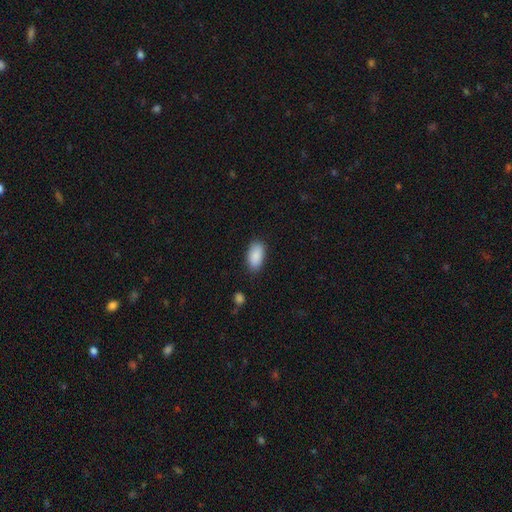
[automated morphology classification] A smooth galaxy with no disk features (89%) that is in between round and cigar-shaped (93%). Merging: none (84%).